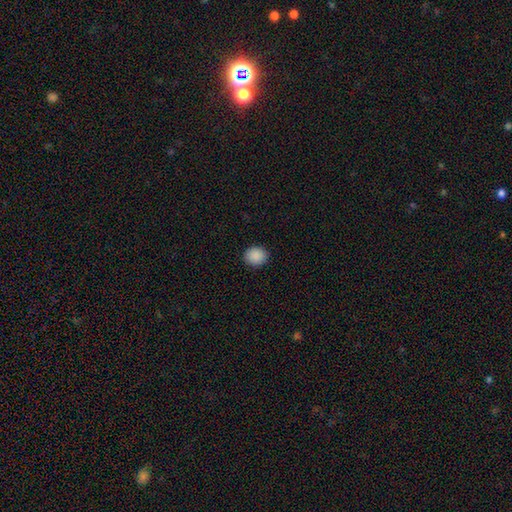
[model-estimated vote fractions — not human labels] Overall: smooth (90%). How rounded: round (69%; in between 30%). Merging: none (90%).